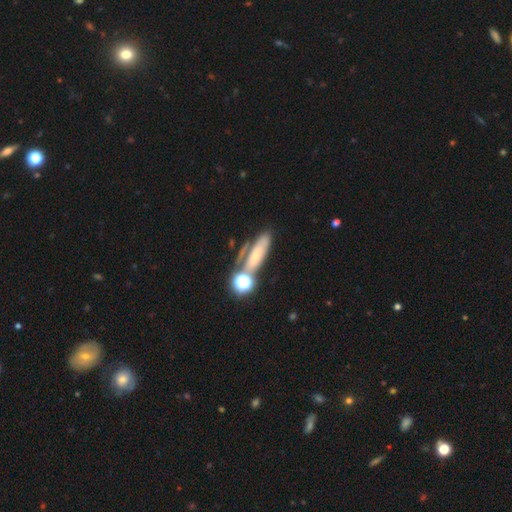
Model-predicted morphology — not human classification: This is possibly a smooth galaxy (52%). How rounded: marginally in between (45%). Merging: possibly none (49%).